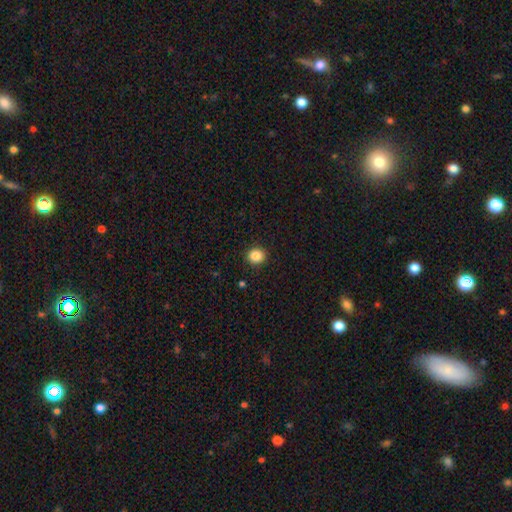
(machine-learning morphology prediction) A smooth galaxy with no disk features (86%) that is round (85%). Merging: none (91%).